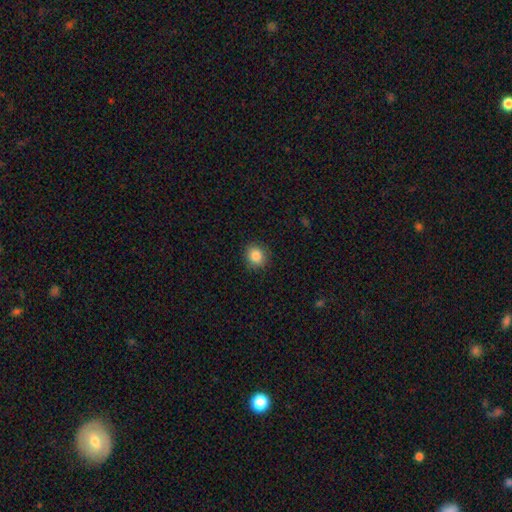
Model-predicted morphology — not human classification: The model was most divided on "how rounded": round: 82%, in between: 17%, cigar-shaped: 1%. More confident: merging — none (89%); smooth or featured — smooth (86%).